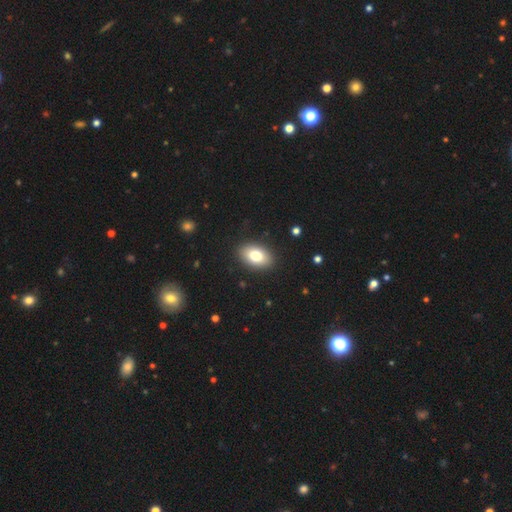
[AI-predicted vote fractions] This is clearly a smooth galaxy (80%). How rounded: clearly in between (90%). Merging: clearly none (89%).